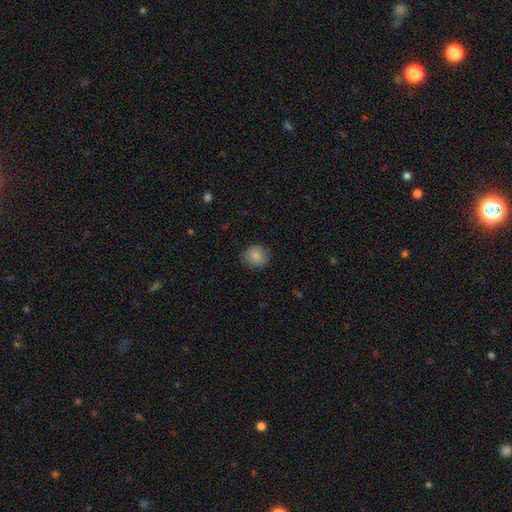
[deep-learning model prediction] Smooth or featured? smooth (85%)
How rounded? round (86%)
Merging? none (85%)